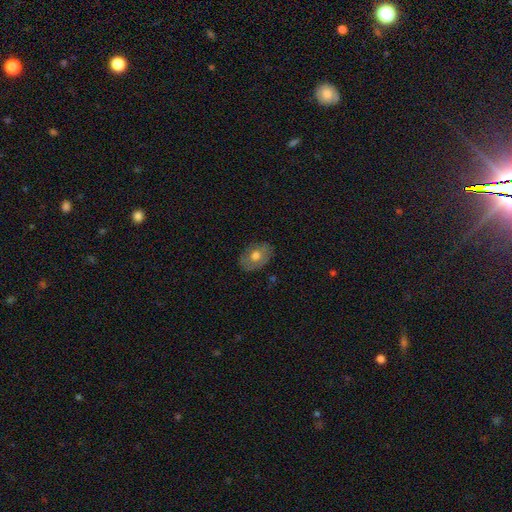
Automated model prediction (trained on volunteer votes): Q: Smooth or featured?
A: smooth (62%); runner-up: featured or disk (30%)
Q: How rounded?
A: in between (77%); runner-up: round (22%)
Q: Merging?
A: none (80%); runner-up: minor disturbance (15%)